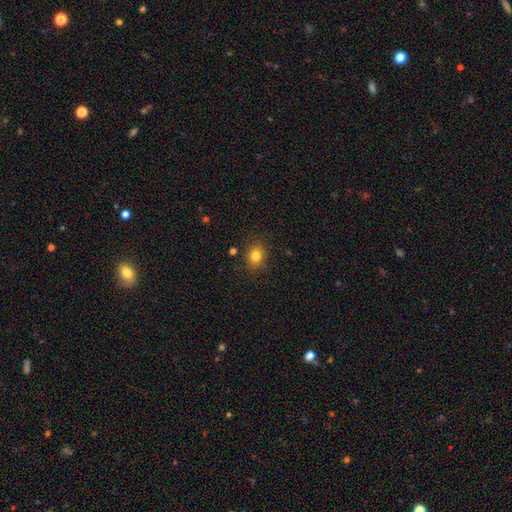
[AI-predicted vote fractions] Q: Smooth or featured?
A: smooth (81%); runner-up: star or artifact (12%)
Q: How rounded?
A: round (59%); runner-up: in between (40%)
Q: Merging?
A: none (86%); runner-up: minor disturbance (10%)